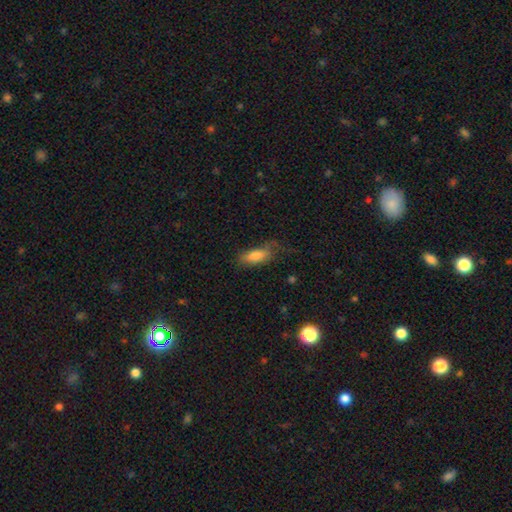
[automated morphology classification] Overall: smooth (78%). How rounded: in between (75%). Merging: none (52%; minor disturbance 30%).